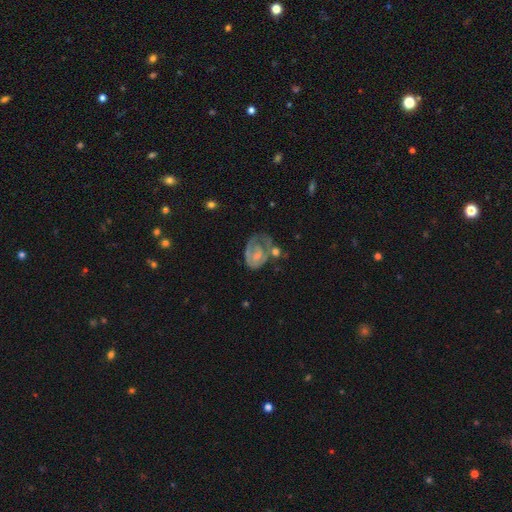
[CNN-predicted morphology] Overall: featured or disk (62%; smooth 31%). Edge-on disk: no (97%). Bar: no (70%). Spiral arms: yes (54%; no 46%). Bulge size: small (39%; moderate 29%). Merging: major disturbance (30%; none 28%).